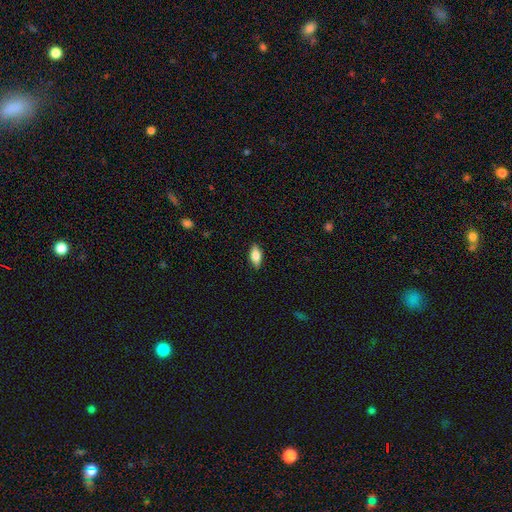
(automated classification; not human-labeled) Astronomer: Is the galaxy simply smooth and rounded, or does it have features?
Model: smooth — 75%.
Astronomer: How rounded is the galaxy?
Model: in between — 86%.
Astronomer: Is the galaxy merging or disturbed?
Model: none — 88%.